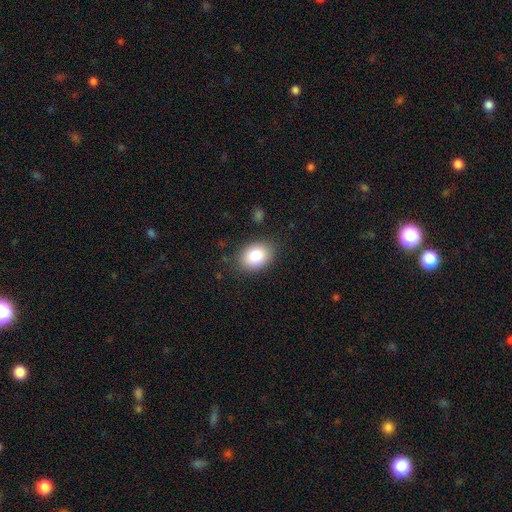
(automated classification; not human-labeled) Smooth or featured? Predicted: smooth (p=0.83). How rounded? Predicted: in between (p=0.75). Merging? Predicted: none (p=0.84).